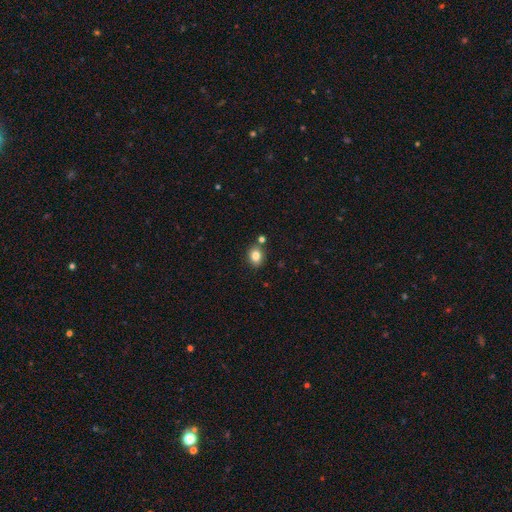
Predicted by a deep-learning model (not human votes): smooth 82%, star or artifact 11%, featured or disk 7%. Down the decision tree: how rounded — round (52%); merging — none (78%).